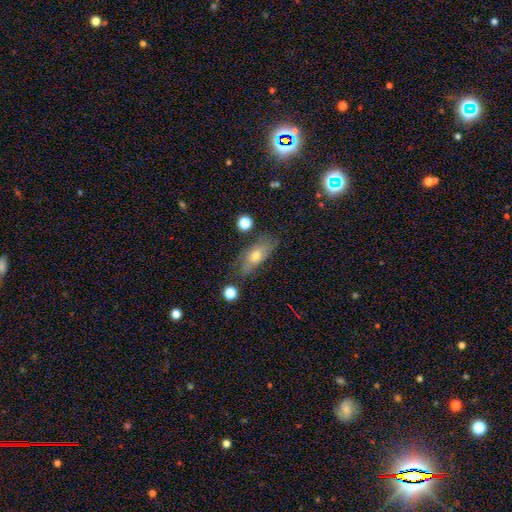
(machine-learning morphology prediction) Smooth or featured?
  - smooth: 59% *
  - featured or disk: 32%
  - star or artifact: 9%
How rounded?
  - in between: 74% *
  - cigar-shaped: 21%
  - round: 5%
Merging?
  - none: 72% *
  - minor disturbance: 19%
  - major disturbance: 5%
  - merger: 3%